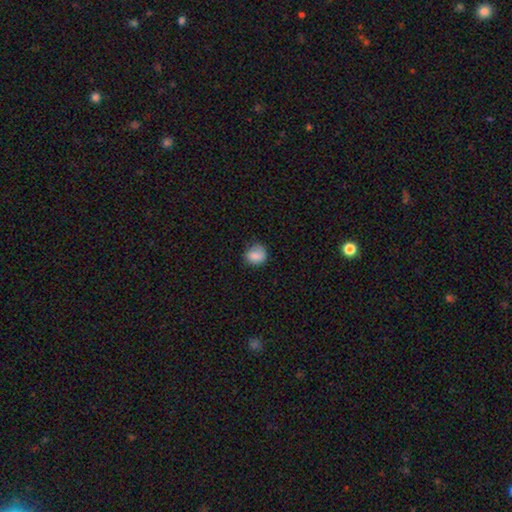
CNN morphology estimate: Smooth or featured: smooth — 84% (star or artifact — 9%)
How rounded: round — 70% (in between — 29%)
Merging: none — 67% (minor disturbance — 24%)